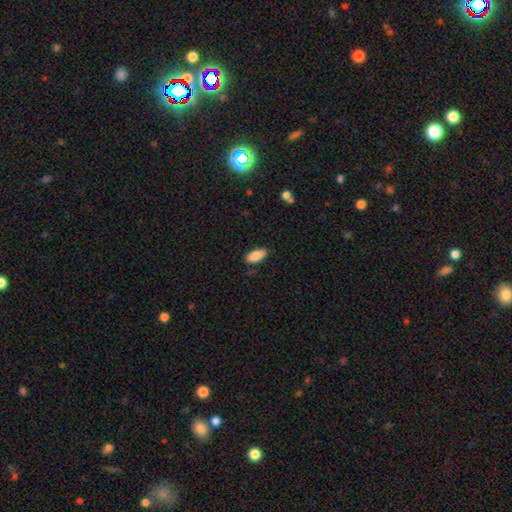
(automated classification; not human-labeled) The model was most divided on "merging": none: 78%, minor disturbance: 17%, major disturbance: 3%, merger: 2%. More confident: smooth or featured — smooth (87%); how rounded — in between (87%).